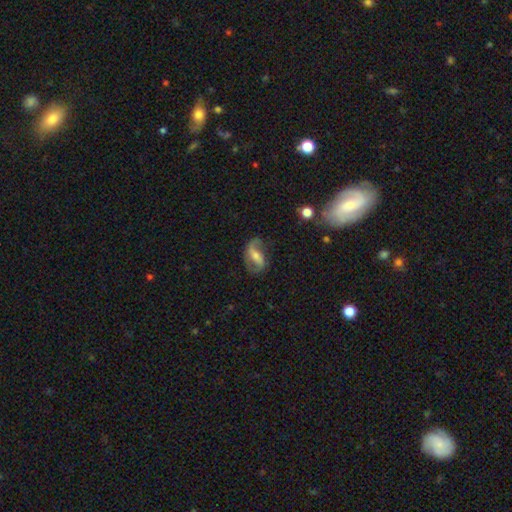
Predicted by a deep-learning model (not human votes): smooth_or_featured: featured or disk (p=0.80) [alt: smooth p=0.14]
disk_edge_on: no (p=0.95) [alt: yes p=0.05]
bar: strong (p=0.46) [alt: weak p=0.34]
has_spiral_arms: yes (p=0.92) [alt: no p=0.08]
spiral_winding: loose (p=0.61) [alt: medium p=0.29]
spiral_arm_count: 2 (p=0.85) [alt: 1 p=0.08]
bulge_size: small (p=0.46) [alt: moderate p=0.45]
merging: none (p=0.67) [alt: minor disturbance p=0.19]